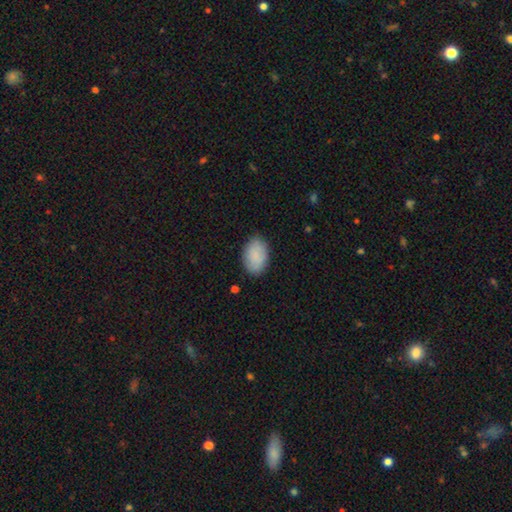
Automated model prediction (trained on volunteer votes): Smooth or featured? smooth (87%)
How rounded? in between (90%)
Merging? none (84%)